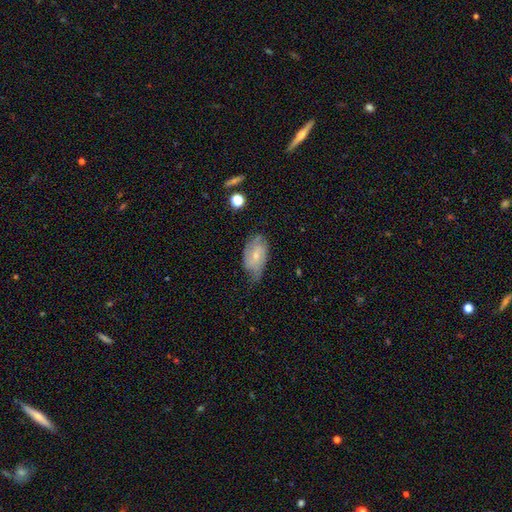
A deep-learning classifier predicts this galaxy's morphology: Smooth or featured: featured or disk — 49% (smooth — 43%)
Merging: none — 48% (minor disturbance — 37%)